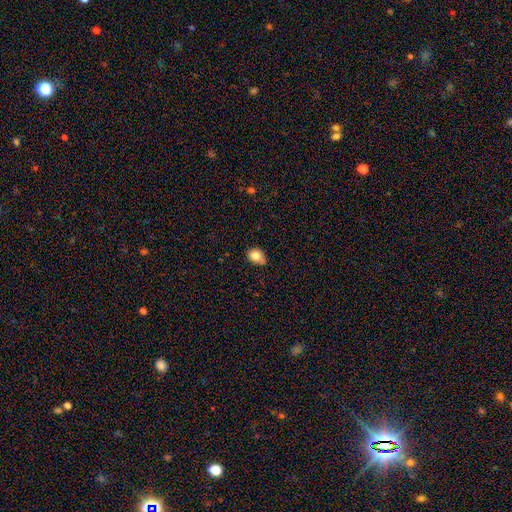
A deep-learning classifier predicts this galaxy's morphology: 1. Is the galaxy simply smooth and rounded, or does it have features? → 81% smooth, 10% featured or disk, 10% star or artifact.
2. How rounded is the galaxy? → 58% in between, 41% round, 1% cigar-shaped.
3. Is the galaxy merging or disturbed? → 65% none, 28% minor disturbance, 4% major disturbance, 3% merger.